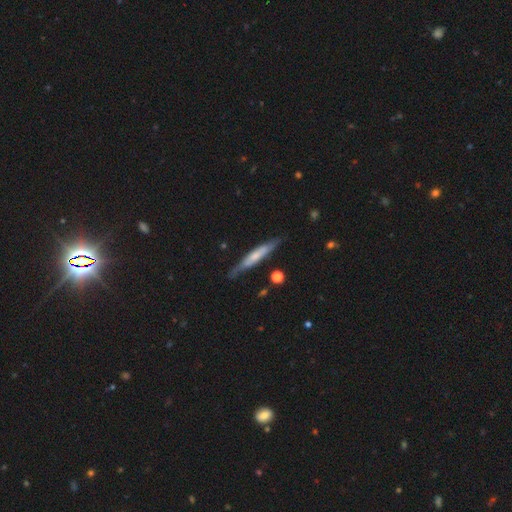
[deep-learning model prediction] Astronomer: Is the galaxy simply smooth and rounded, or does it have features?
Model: featured or disk — 49% (runner-up: smooth, 45%).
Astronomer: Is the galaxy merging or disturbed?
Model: none — 76%.